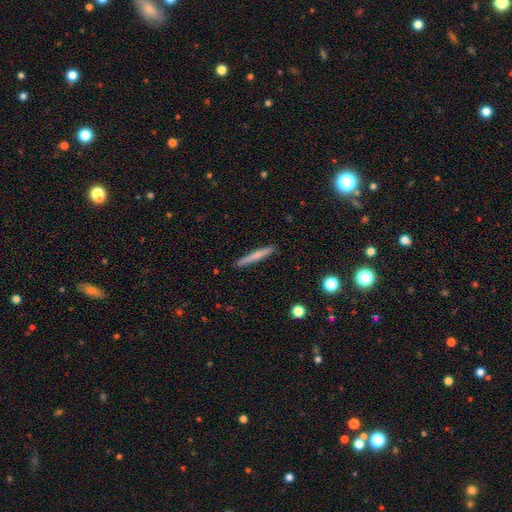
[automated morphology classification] Smooth or featured?
  - smooth: 59% *
  - featured or disk: 35%
  - star or artifact: 6%
How rounded?
  - cigar-shaped: 96% *
  - in between: 3%
  - round: 2%
Merging?
  - none: 91% *
  - minor disturbance: 6%
  - major disturbance: 1%
  - merger: 1%